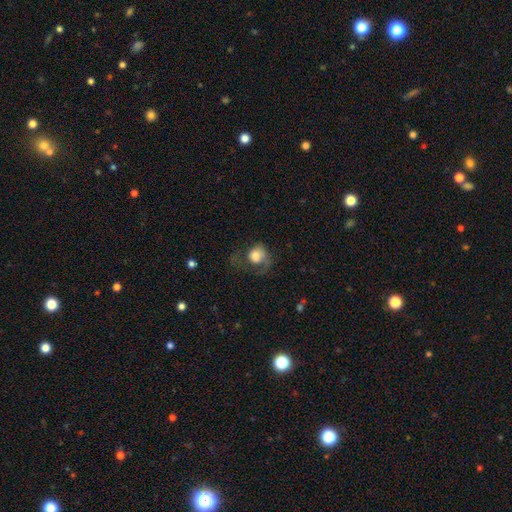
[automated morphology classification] smooth_or_featured: smooth (p=0.64) [alt: featured or disk p=0.28]
how_rounded: round (p=0.64) [alt: in between p=0.35]
merging: major disturbance (p=0.50) [alt: none p=0.26]